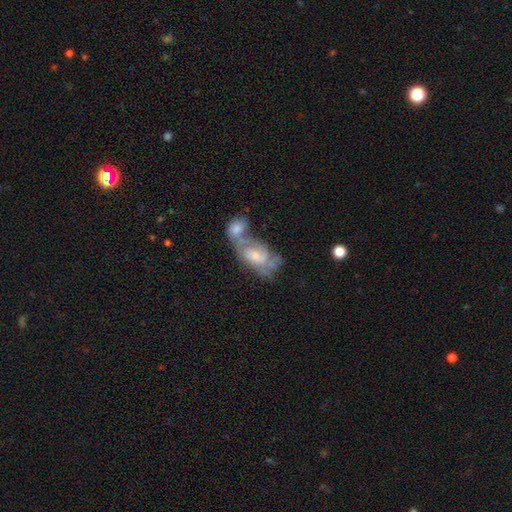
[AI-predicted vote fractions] Smooth or featured: featured or disk — 63% (smooth — 27%)
Edge-on disk: no — 94% (yes — 6%)
Bar: no — 61% (weak — 32%)
Spiral arms: yes — 75% (no — 25%)
Bulge size: moderate — 46% (small — 35%)
Merging: merger — 60% (none — 21%)